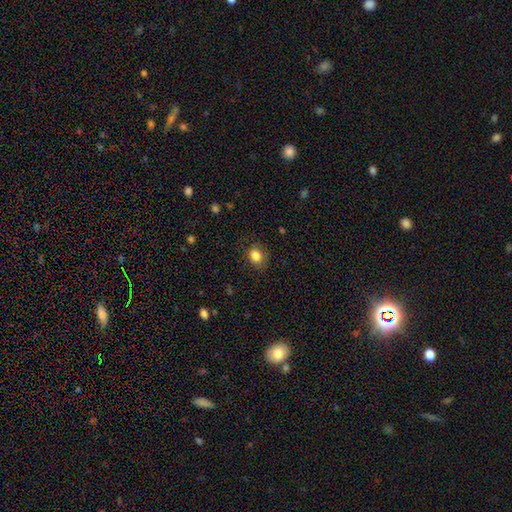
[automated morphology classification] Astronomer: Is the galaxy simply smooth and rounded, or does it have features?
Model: smooth — 84%.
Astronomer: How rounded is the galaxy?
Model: in between — 52% (runner-up: round, 47%).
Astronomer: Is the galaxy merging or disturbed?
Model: none — 80%.